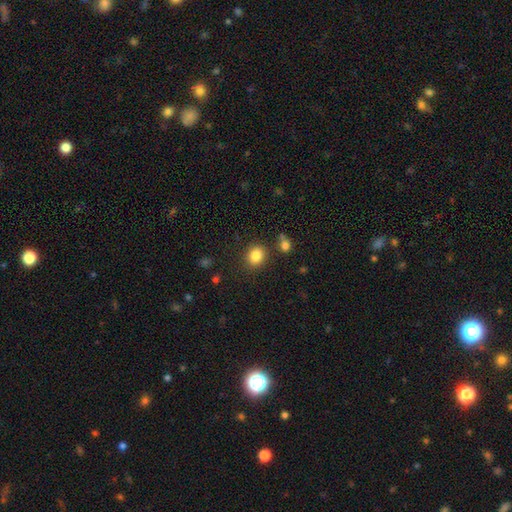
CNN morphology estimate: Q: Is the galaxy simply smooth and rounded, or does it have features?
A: smooth — 84%.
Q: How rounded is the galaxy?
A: round — 71%.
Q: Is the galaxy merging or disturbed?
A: none — 84%.